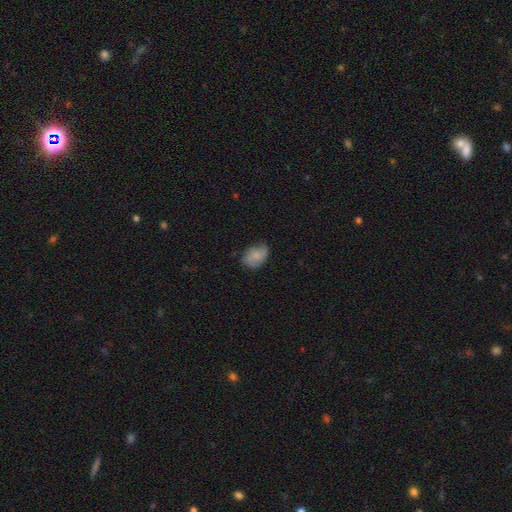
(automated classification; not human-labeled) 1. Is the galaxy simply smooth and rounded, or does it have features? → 62% smooth, 29% featured or disk, 8% star or artifact.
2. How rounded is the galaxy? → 73% in between, 26% round, 1% cigar-shaped.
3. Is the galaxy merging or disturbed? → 62% none, 28% minor disturbance, 8% major disturbance, 1% merger.